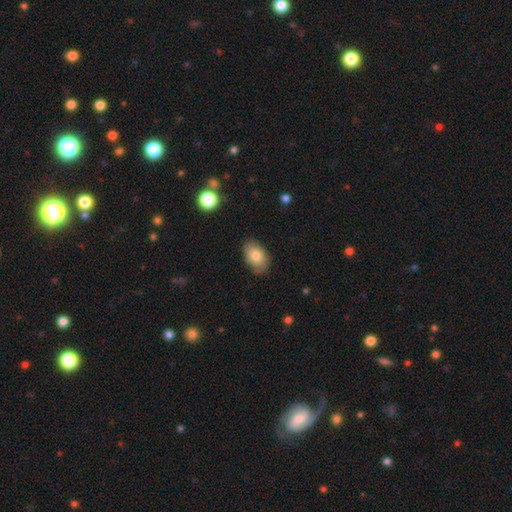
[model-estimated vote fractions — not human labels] Overall: smooth (80%). How rounded: in between (91%). Merging: none (82%).